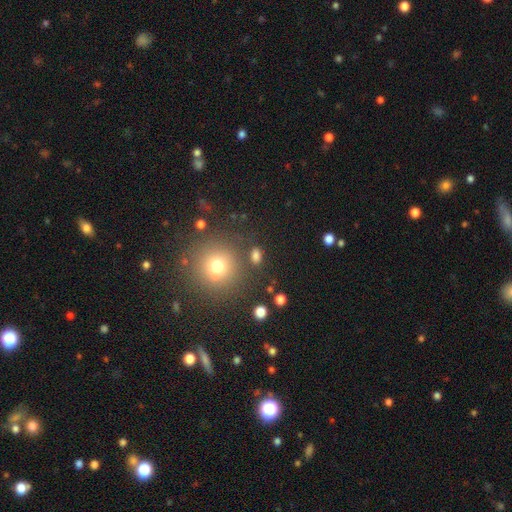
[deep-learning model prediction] The model was most divided on "how rounded": in between: 66%, round: 31%, cigar-shaped: 3%. More confident: merging — none (77%); smooth or featured — smooth (76%).